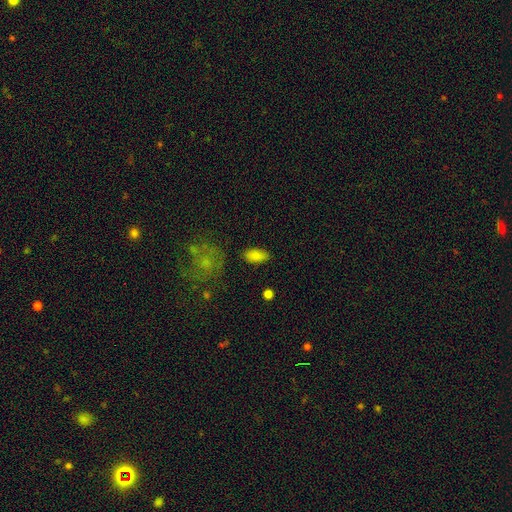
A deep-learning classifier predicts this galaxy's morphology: Smooth or featured? Predicted: smooth (p=0.84). How rounded? Predicted: in between (p=0.93). Merging? Predicted: none (p=0.84).